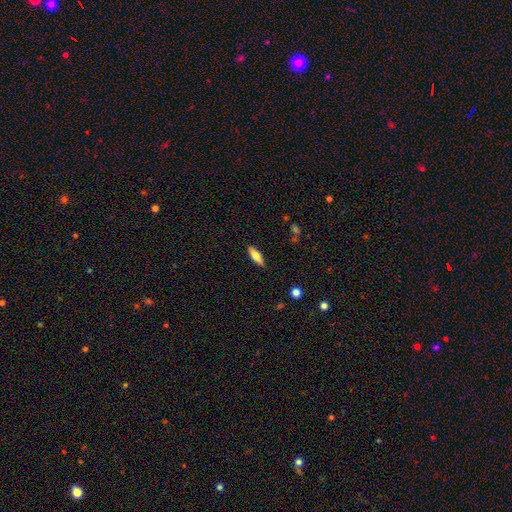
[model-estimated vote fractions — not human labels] This is likely a smooth galaxy (65%). How rounded: possibly in between (52%). Merging: clearly none (87%).